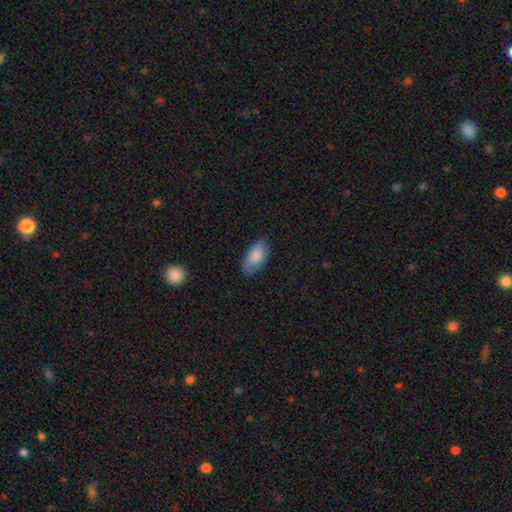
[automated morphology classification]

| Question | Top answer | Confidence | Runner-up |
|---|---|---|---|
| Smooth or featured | smooth | 83% | featured or disk (11%) |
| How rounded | in between | 93% | cigar-shaped (5%) |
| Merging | none | 78% | minor disturbance (18%) |